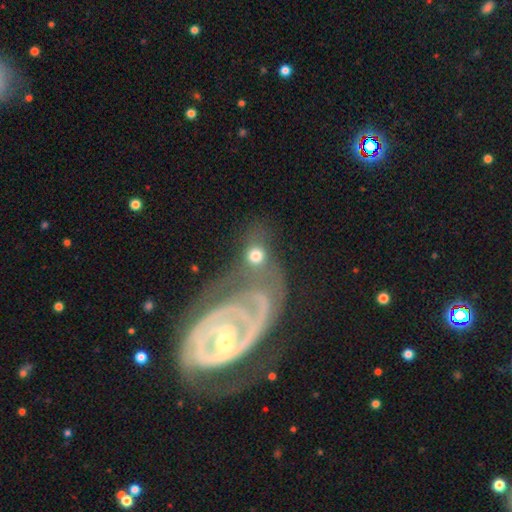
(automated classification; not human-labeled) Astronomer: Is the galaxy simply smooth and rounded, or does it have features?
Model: smooth — 57%.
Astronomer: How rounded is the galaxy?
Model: round — 71%.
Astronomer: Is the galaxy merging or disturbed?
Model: none — 40% (runner-up: merger, 32%).